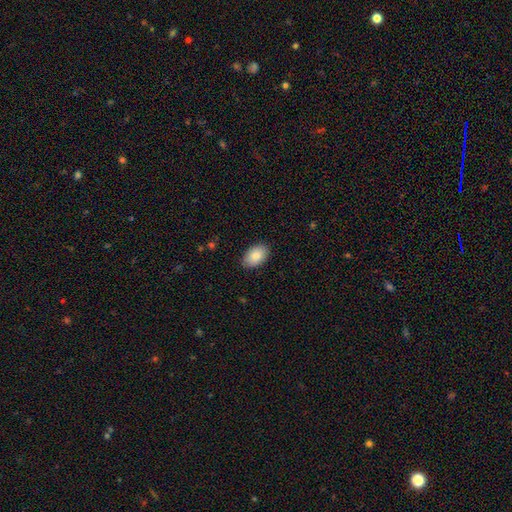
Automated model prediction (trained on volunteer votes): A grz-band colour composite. It shows a smooth galaxy with no disk features (86%) that is in between round and cigar-shaped (92%). Merging: none (87%).